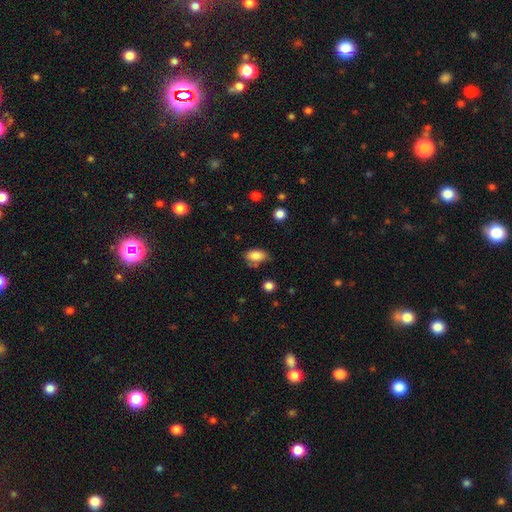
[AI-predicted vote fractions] Smooth or featured: smooth — 85% (star or artifact — 8%)
How rounded: in between — 90% (round — 7%)
Merging: none — 65% (minor disturbance — 23%)